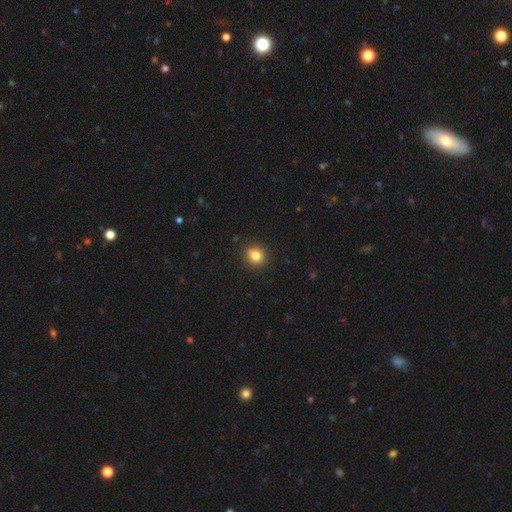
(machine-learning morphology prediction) smooth 81%, star or artifact 12%, featured or disk 7%. Down the decision tree: how rounded — round (87%); merging — none (89%).